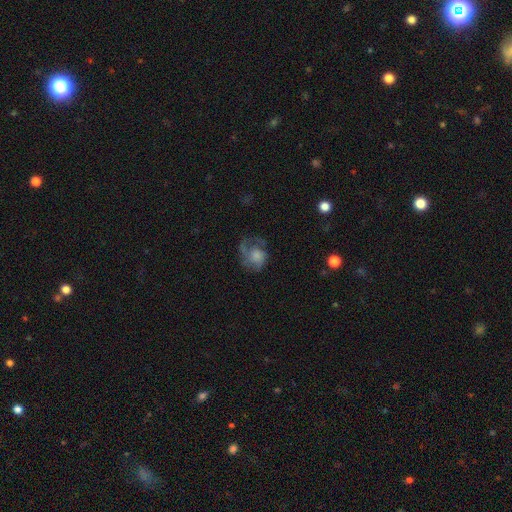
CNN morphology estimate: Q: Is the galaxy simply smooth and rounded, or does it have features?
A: featured or disk — 50%.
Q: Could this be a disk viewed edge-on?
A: no — 98%.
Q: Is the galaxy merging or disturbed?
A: none — 40%.